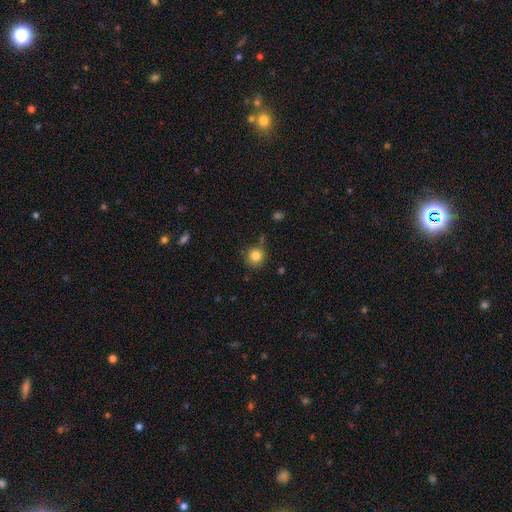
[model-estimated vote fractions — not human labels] This is clearly a smooth galaxy (83%). How rounded: clearly round (92%). Merging: likely none (77%).